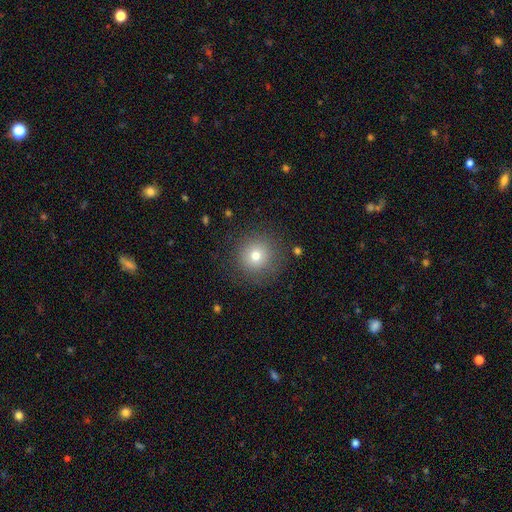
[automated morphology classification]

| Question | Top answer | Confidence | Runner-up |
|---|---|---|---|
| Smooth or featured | smooth | 74% | star or artifact (14%) |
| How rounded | round | 94% | in between (5%) |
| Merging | none | 86% | minor disturbance (9%) |